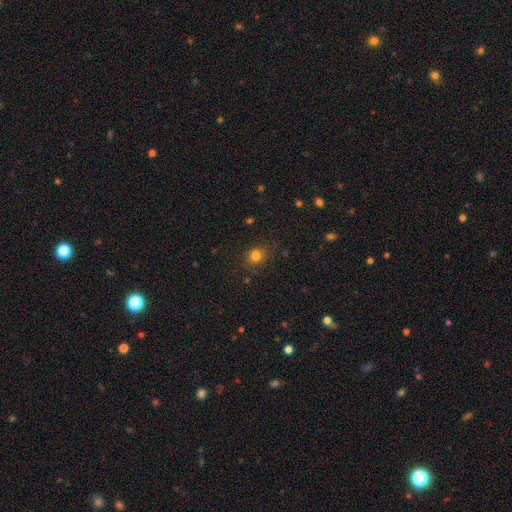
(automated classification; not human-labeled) Smooth or featured? smooth (79%)
How rounded? round (69%)
Merging? none (78%)